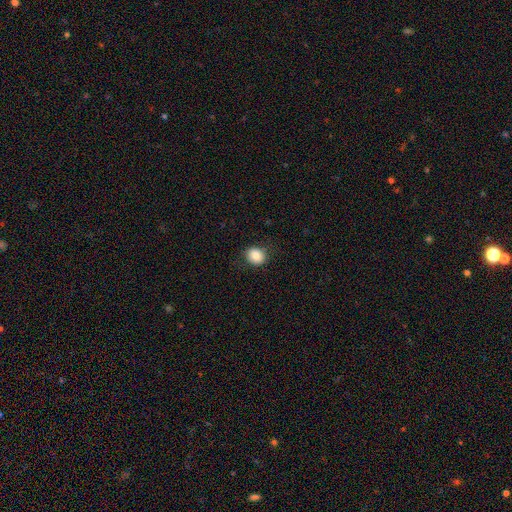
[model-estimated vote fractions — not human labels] Morphology: type=smooth (84%); roundness=round (69%); merging=none (85%).